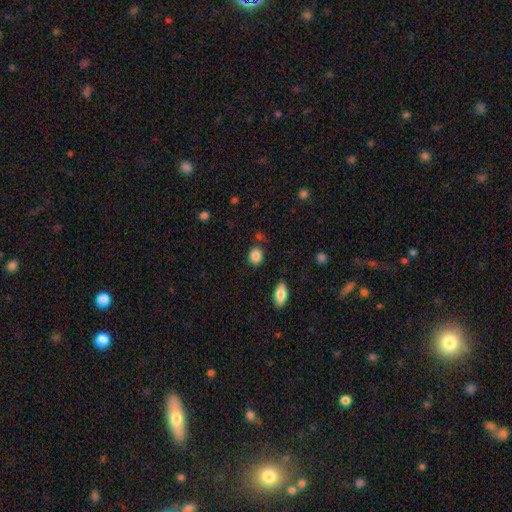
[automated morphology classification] A smooth galaxy with no disk features (86%) that is round (63%). Merging: none (80%).